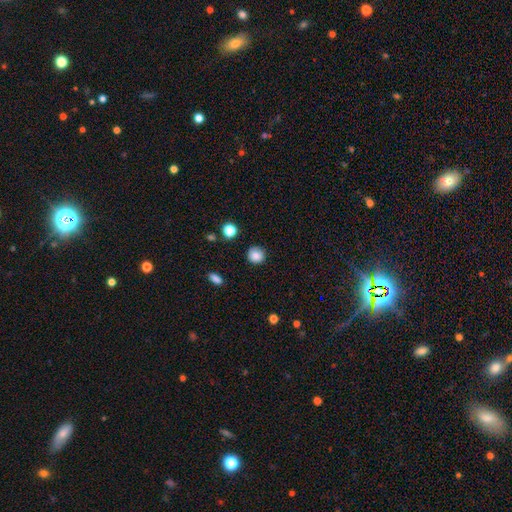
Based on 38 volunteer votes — This is clearly a smooth galaxy (92%). How rounded: clearly round (97%). Merging: clearly none (94%).